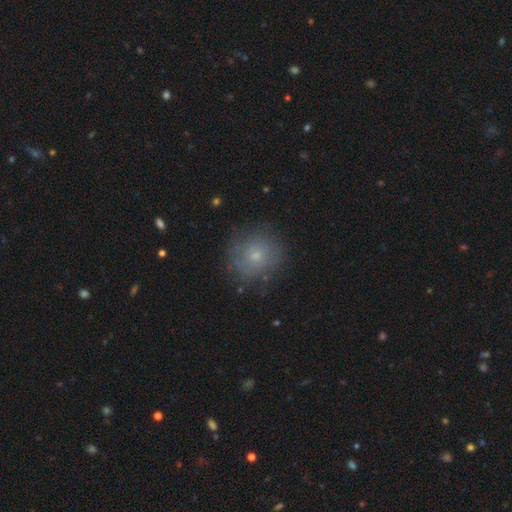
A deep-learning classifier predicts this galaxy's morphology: Q: Smooth or featured?
A: smooth (61%); runner-up: featured or disk (27%)
Q: How rounded?
A: round (86%); runner-up: in between (13%)
Q: Merging?
A: none (74%); runner-up: minor disturbance (17%)